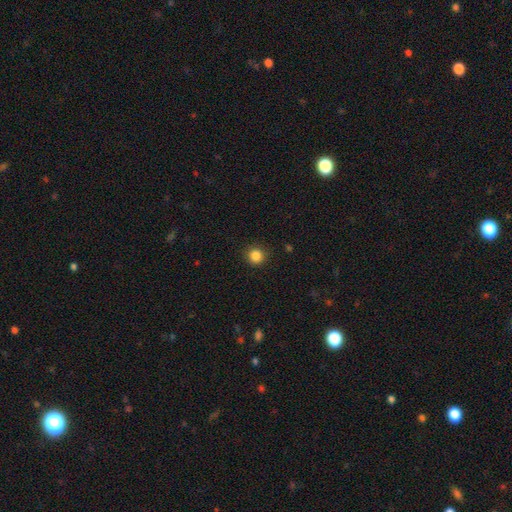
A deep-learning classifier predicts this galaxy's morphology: type=smooth (85%); roundness=round (93%); merging=none (89%).